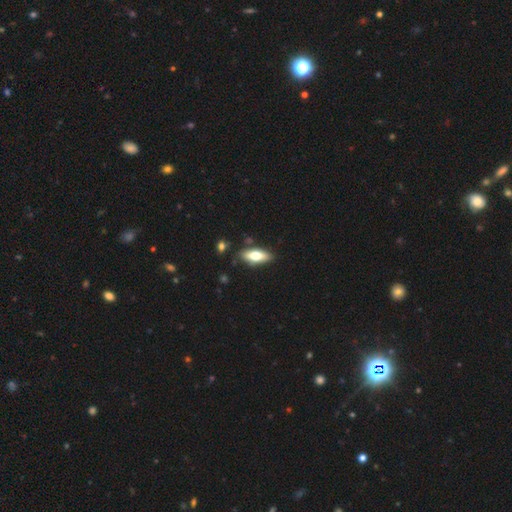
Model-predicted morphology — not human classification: A smooth galaxy with no disk features (65%) that is in between round and cigar-shaped (68%). Merging: none (81%).